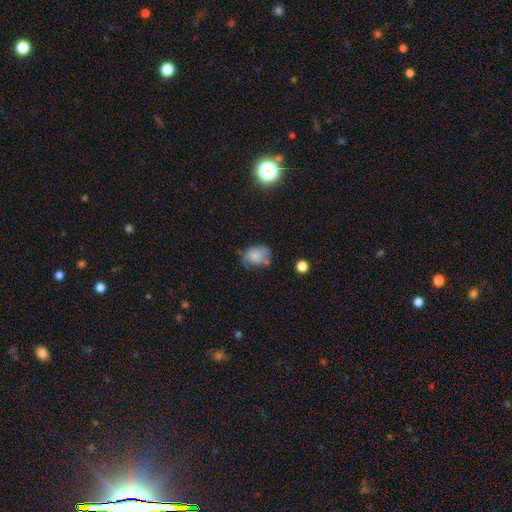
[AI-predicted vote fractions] Smooth or featured?
  - smooth: 69% *
  - featured or disk: 21%
  - star or artifact: 10%
How rounded?
  - in between: 65% *
  - round: 34%
  - cigar-shaped: 1%
Merging?
  - none: 45% *
  - minor disturbance: 33%
  - major disturbance: 15%
  - merger: 6%